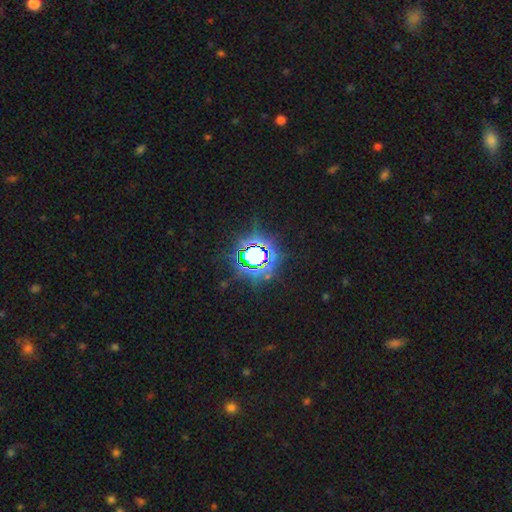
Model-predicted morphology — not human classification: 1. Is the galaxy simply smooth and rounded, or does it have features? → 78% star or artifact, 12% smooth, 10% featured or disk.